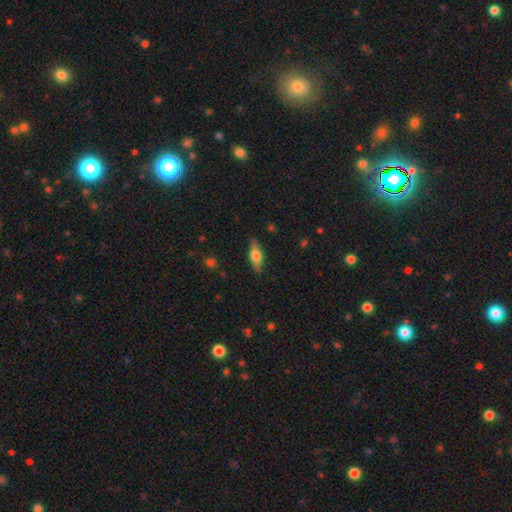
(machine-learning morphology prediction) smooth_or_featured: smooth (p=0.50) [alt: featured or disk p=0.44]
merging: none (p=0.85) [alt: minor disturbance p=0.11]